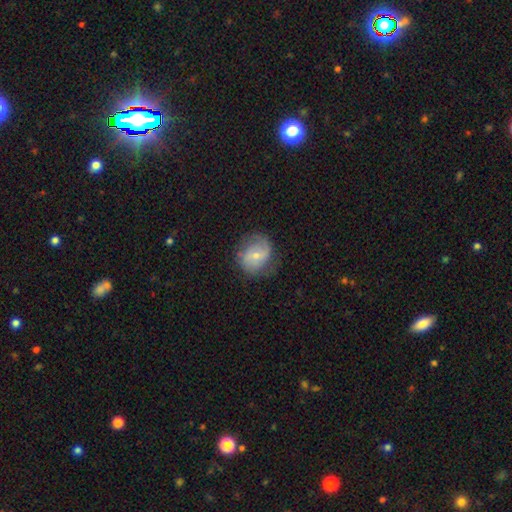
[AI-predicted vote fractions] This is possibly a featured or disk galaxy (58%). It is clearly not viewed edge-on (97%). Bar: possibly weak (46%). Spiral arm pattern: clearly yes (83%). Central bulge: possibly small (58%). Merging: likely none (67%).